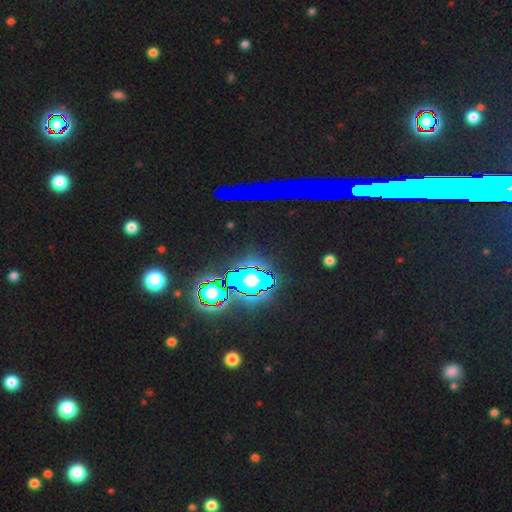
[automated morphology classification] Smooth or featured? Predicted: star or artifact (p=0.82).